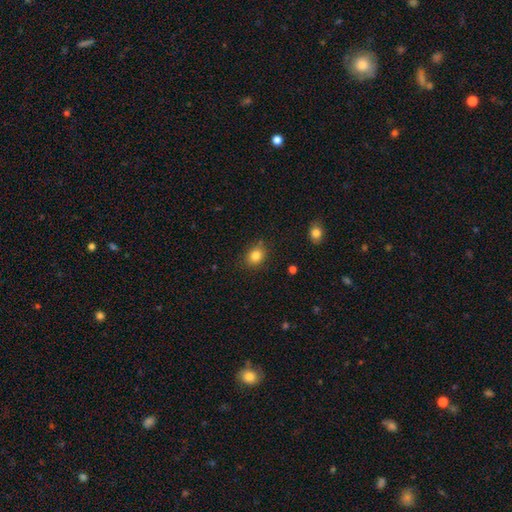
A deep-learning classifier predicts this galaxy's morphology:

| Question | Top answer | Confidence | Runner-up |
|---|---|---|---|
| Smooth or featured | smooth | 83% | star or artifact (11%) |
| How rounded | round | 55% | in between (44%) |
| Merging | none | 81% | minor disturbance (13%) |